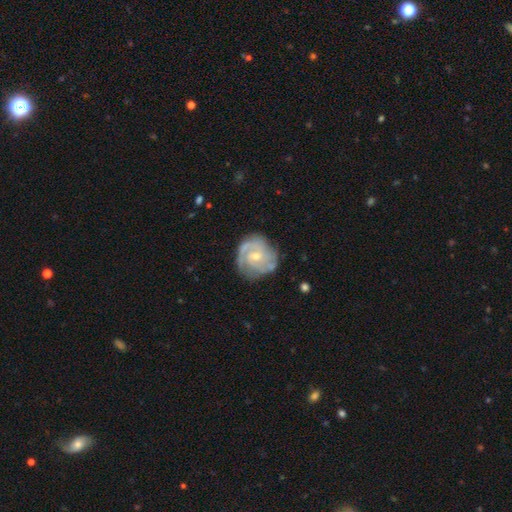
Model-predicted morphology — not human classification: Smooth or featured: featured or disk — 79% (smooth — 15%)
Edge-on disk: no — 98% (yes — 2%)
Bar: no — 63% (weak — 33%)
Spiral arms: yes — 92% (no — 8%)
Spiral winding: tight — 55% (medium — 35%)
Spiral arm count: 2 — 39% (can't tell — 27%)
Bulge size: small — 52% (moderate — 44%)
Merging: none — 70% (minor disturbance — 21%)